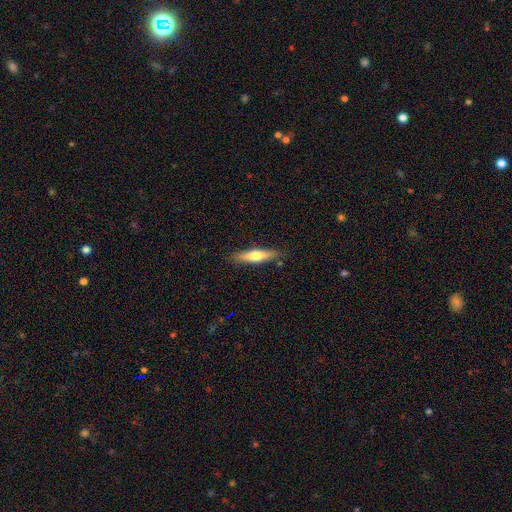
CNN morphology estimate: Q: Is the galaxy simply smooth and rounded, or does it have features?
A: smooth — 55%.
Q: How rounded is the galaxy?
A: cigar-shaped — 75%.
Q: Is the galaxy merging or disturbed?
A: none — 86%.